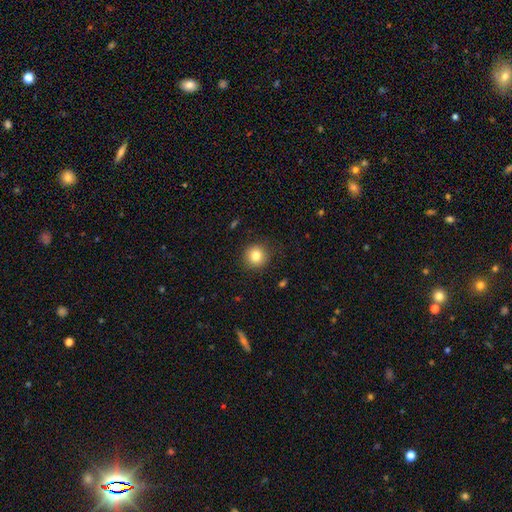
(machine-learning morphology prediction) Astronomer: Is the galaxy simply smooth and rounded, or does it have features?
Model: smooth — 82%.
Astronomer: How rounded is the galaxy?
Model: round — 93%.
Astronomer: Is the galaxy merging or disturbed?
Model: none — 89%.